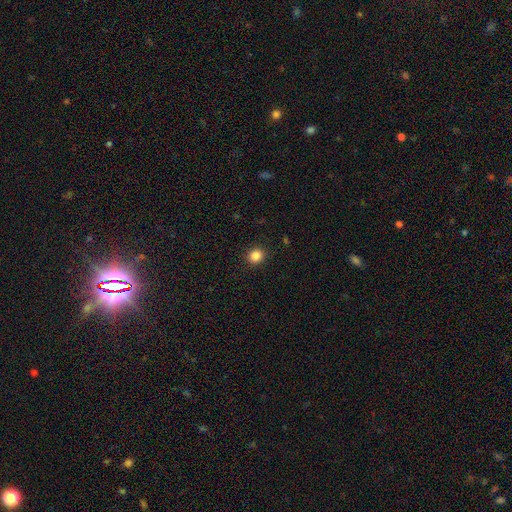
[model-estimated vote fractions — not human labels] Smooth or featured?
  - smooth: 86% *
  - star or artifact: 11%
  - featured or disk: 3%
How rounded?
  - round: 86% *
  - in between: 13%
  - cigar-shaped: 1%
Merging?
  - none: 91% *
  - minor disturbance: 6%
  - major disturbance: 2%
  - merger: 1%